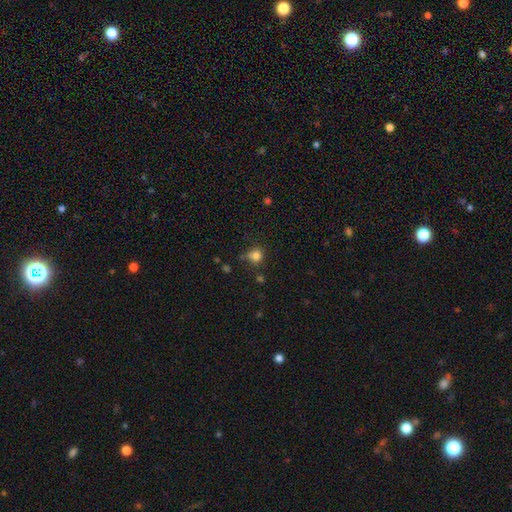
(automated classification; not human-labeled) A smooth galaxy with no disk features (81%) that is round (82%). Merging: none (67%).